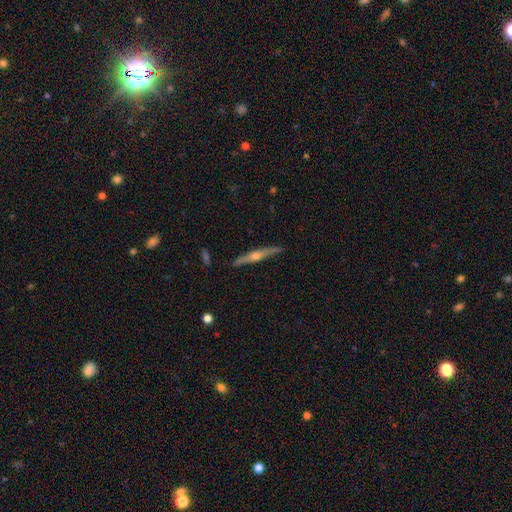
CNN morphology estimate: Smooth or featured: featured or disk — 75% (smooth — 20%)
Edge-on disk: yes — 97% (no — 3%)
Edge-on bulge: rounded — 91% (none — 6%)
Merging: none — 89% (minor disturbance — 8%)